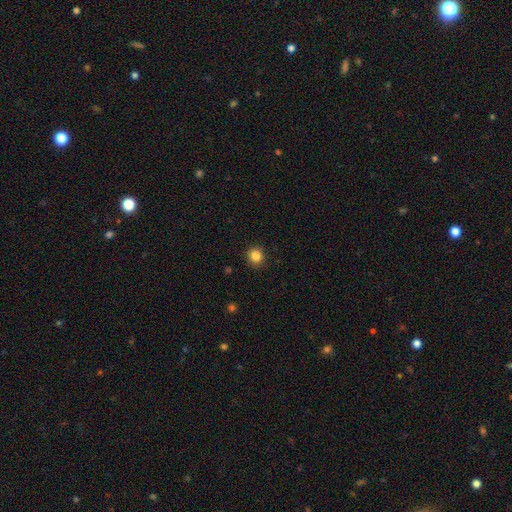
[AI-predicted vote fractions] smooth-or-featured: smooth: 85% | star or artifact: 11% | featured or disk: 4%
  how-rounded: round: 90% | in between: 9% | cigar-shaped: 1%
  merging: none: 91% | minor disturbance: 6% | major disturbance: 2% | merger: 1%